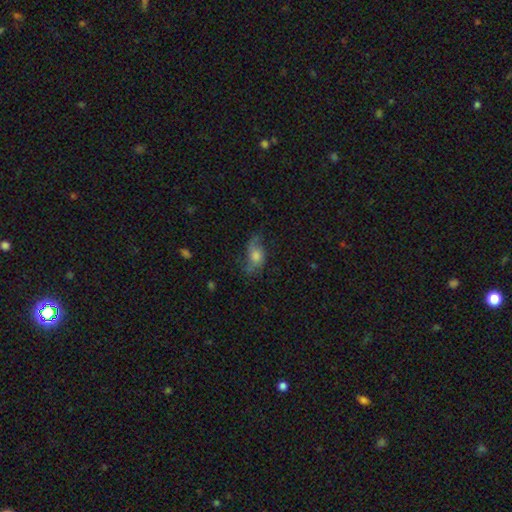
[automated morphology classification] Smooth or featured? smooth (50%)
Merging? none (52%)